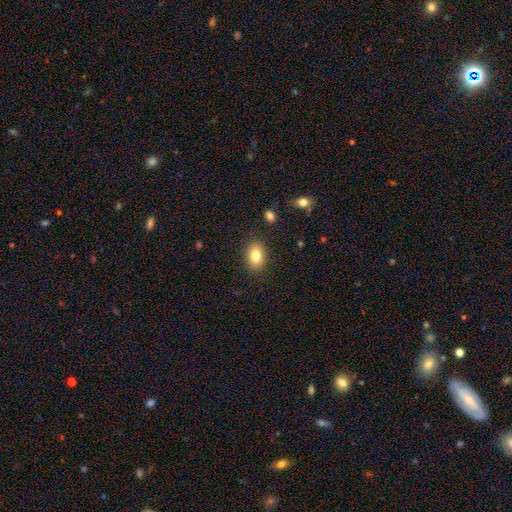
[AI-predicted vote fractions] Smooth or featured? Predicted: smooth (p=0.81). How rounded? Predicted: in between (p=0.77). Merging? Predicted: none (p=0.87).